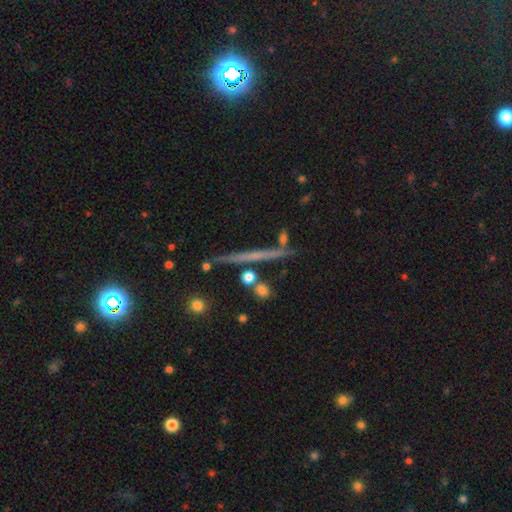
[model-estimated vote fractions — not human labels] This is likely a featured or disk galaxy (62%). It is clearly viewed edge-on (97%). Edge-on bulge: likely none (75%). Merging: clearly none (85%).